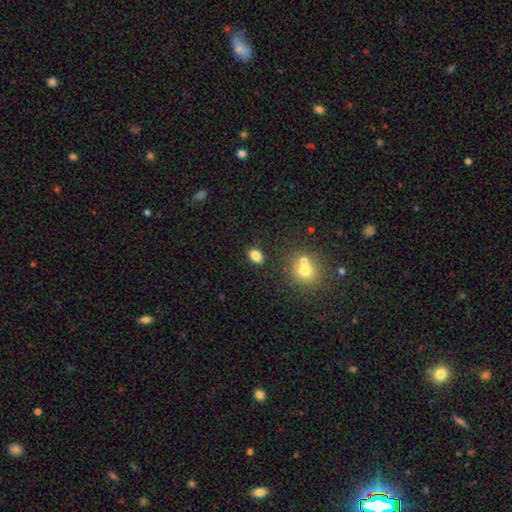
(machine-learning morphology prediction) This appears to be a smooth galaxy with no disk features (83%) that is in between round and cigar-shaped (83%). Merging: none (82%).